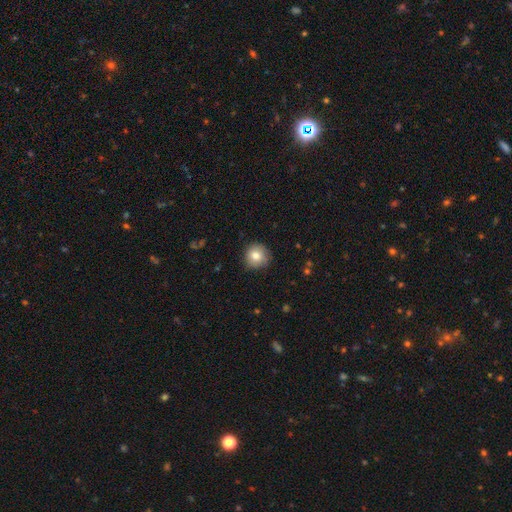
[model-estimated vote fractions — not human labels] Morphology: type=smooth (80%); roundness=round (94%); merging=none (86%).